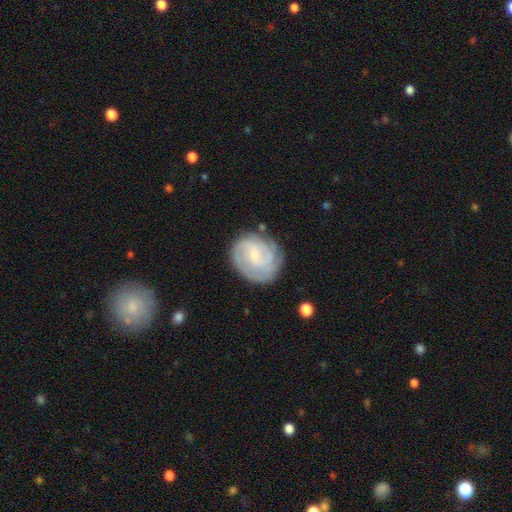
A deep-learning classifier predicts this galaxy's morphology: Overall: featured or disk (70%). Edge-on disk: no (98%). Bar: no (47%; weak 45%). Spiral arms: yes (90%). Spiral arm count: can't tell (39%; 2 26%). Spiral winding: tight (63%; medium 29%). Bulge size: small (61%; moderate 22%). Merging: none (72%).